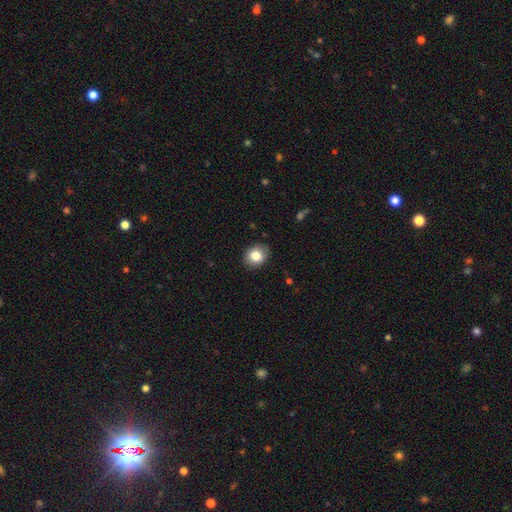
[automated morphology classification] Q: Smooth or featured?
A: smooth (82%); runner-up: featured or disk (9%)
Q: How rounded?
A: round (54%); runner-up: in between (45%)
Q: Merging?
A: none (88%); runner-up: minor disturbance (9%)